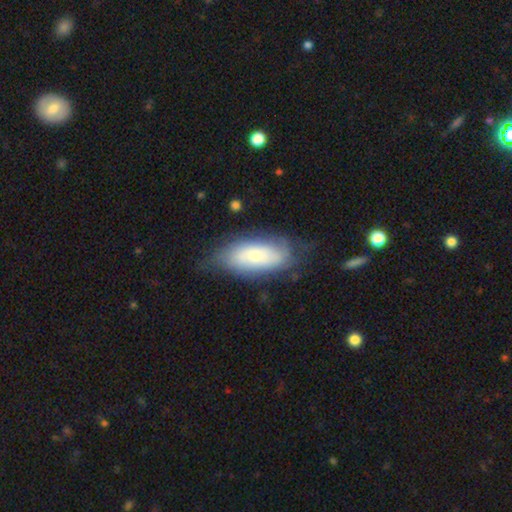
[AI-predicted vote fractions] Smooth or featured?
  - smooth: 59% *
  - featured or disk: 34%
  - star or artifact: 7%
How rounded?
  - in between: 86% *
  - cigar-shaped: 12%
  - round: 2%
Merging?
  - none: 62% *
  - minor disturbance: 26%
  - major disturbance: 10%
  - merger: 2%